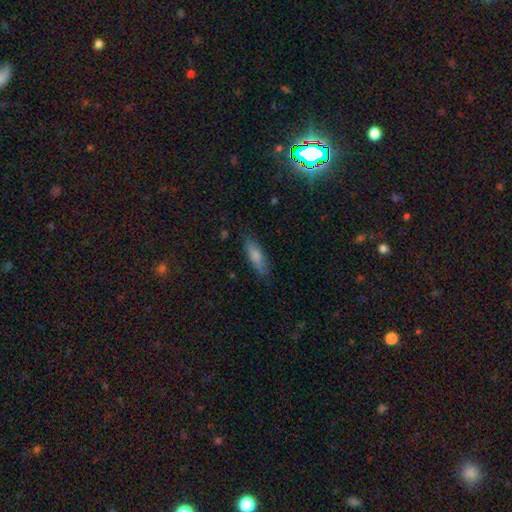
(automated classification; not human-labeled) Smooth or featured? Predicted: smooth (p=0.74). How rounded? Predicted: cigar-shaped (p=0.52). Merging? Predicted: none (p=0.80).